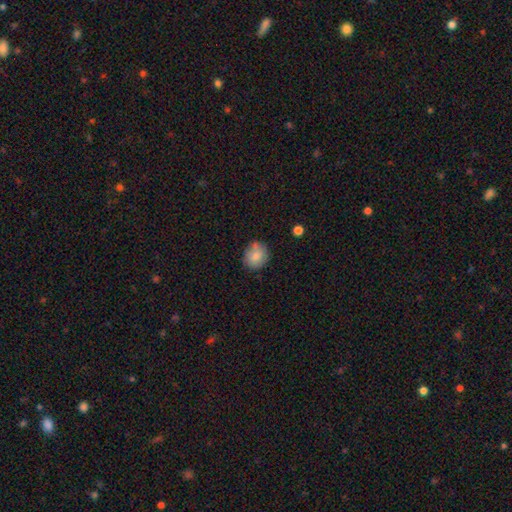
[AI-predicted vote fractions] Q: Smooth or featured?
A: smooth (82%); runner-up: featured or disk (10%)
Q: How rounded?
A: round (79%); runner-up: in between (20%)
Q: Merging?
A: none (73%); runner-up: minor disturbance (17%)